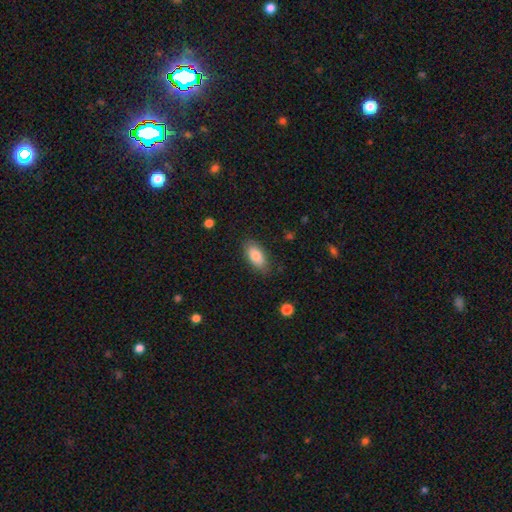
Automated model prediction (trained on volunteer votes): The model was most divided on "merging": none: 81%, minor disturbance: 15%, major disturbance: 3%, merger: 1%. More confident: how rounded — in between (89%); smooth or featured — smooth (81%).